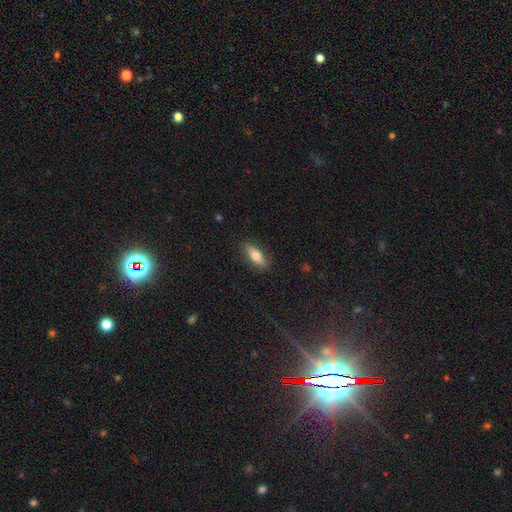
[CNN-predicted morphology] type=smooth (70%); roundness=in between (67%); merging=none (86%).